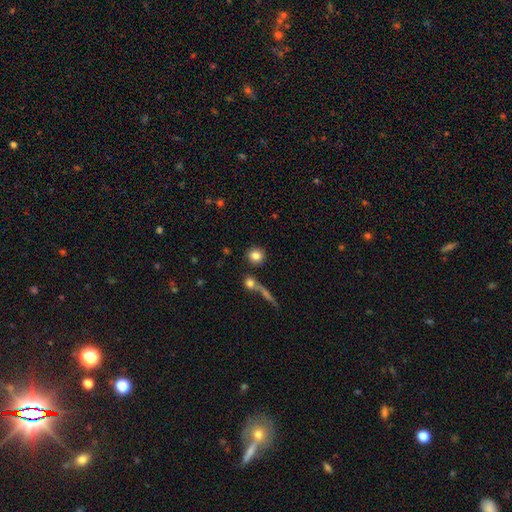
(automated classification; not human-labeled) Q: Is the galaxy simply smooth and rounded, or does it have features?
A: smooth — 82%.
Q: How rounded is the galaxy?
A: round — 90%.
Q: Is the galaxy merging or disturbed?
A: none — 82%.